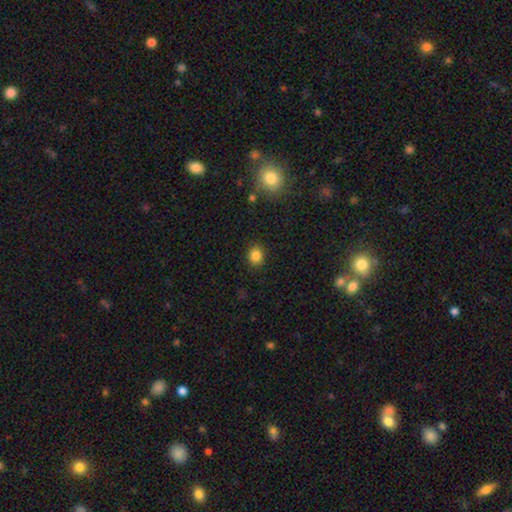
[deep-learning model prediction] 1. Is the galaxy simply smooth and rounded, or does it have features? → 84% smooth, 11% star or artifact, 5% featured or disk.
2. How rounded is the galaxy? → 68% round, 31% in between, 1% cigar-shaped.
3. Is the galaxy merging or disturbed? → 89% none, 8% minor disturbance, 2% major disturbance, 1% merger.